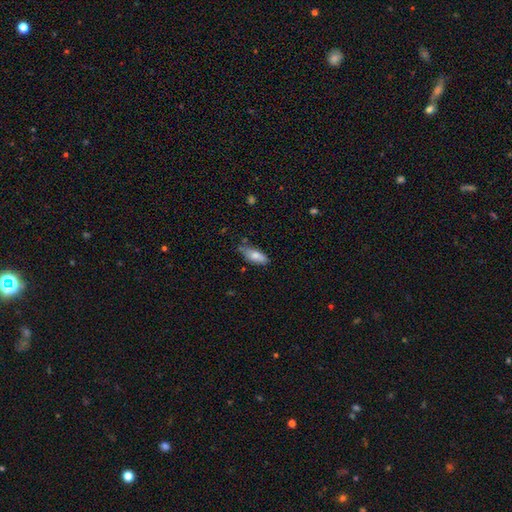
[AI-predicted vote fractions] Smooth or featured? Predicted: smooth (p=0.79). How rounded? Predicted: in between (p=0.81). Merging? Predicted: none (p=0.64).